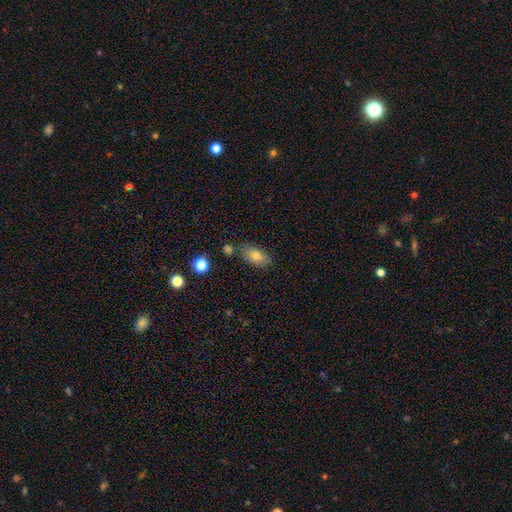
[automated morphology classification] smooth-or-featured: smooth: 80% | featured or disk: 12% | star or artifact: 8%
  how-rounded: in between: 89% | round: 7% | cigar-shaped: 4%
  merging: none: 75% | minor disturbance: 15% | merger: 7% | major disturbance: 3%